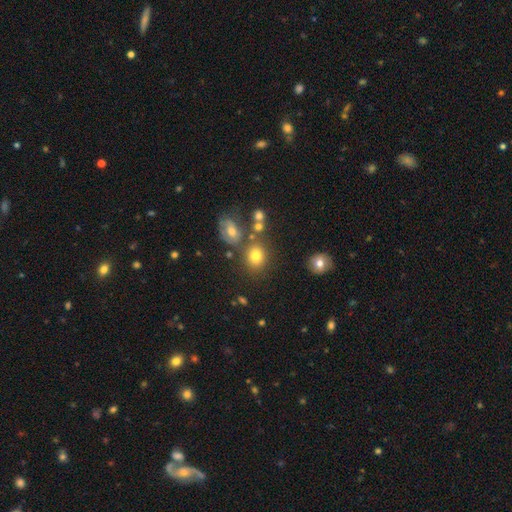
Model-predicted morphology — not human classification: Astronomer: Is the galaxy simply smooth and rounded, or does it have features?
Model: smooth — 75%.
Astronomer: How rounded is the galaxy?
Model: round — 58% (runner-up: in between, 41%).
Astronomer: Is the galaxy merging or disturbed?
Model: none — 66%.